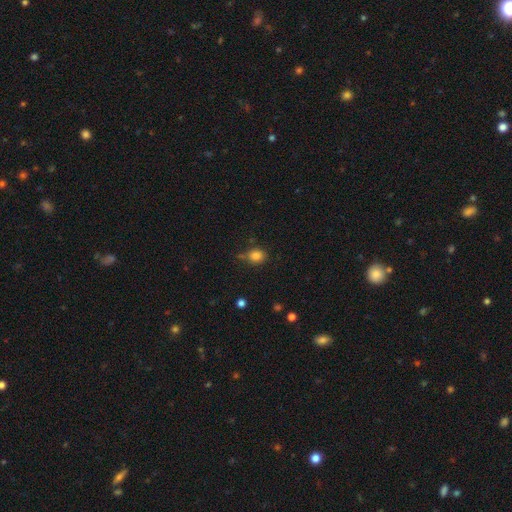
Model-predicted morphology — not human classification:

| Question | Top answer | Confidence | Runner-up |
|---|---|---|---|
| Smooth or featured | smooth | 83% | star or artifact (12%) |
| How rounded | round | 62% | in between (37%) |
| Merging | none | 68% | minor disturbance (20%) |